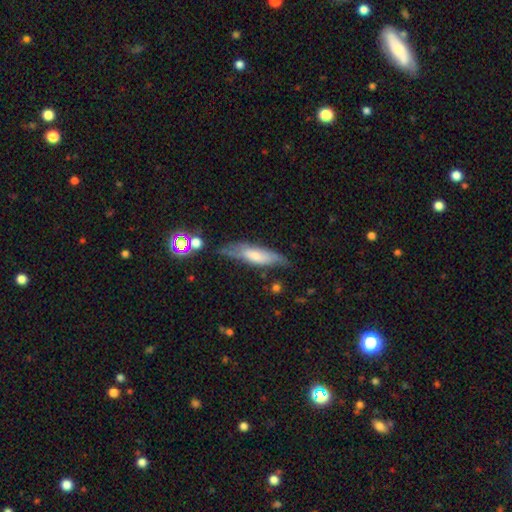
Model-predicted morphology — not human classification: type=smooth (55%); roundness=cigar-shaped (60%); merging=none (58%).